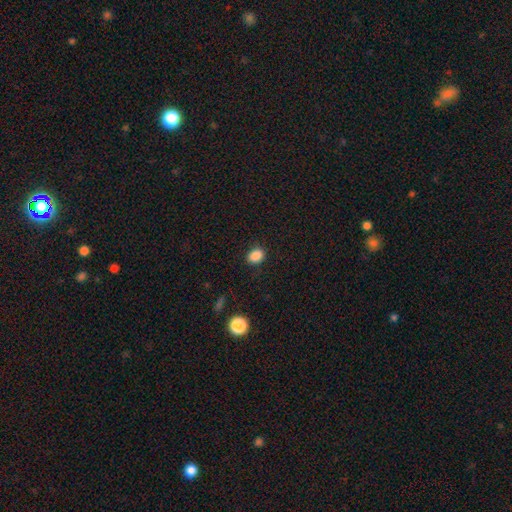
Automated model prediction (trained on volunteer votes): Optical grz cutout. It shows a smooth galaxy with no disk features (87%) that is in between round and cigar-shaped (63%). Merging: none (87%).